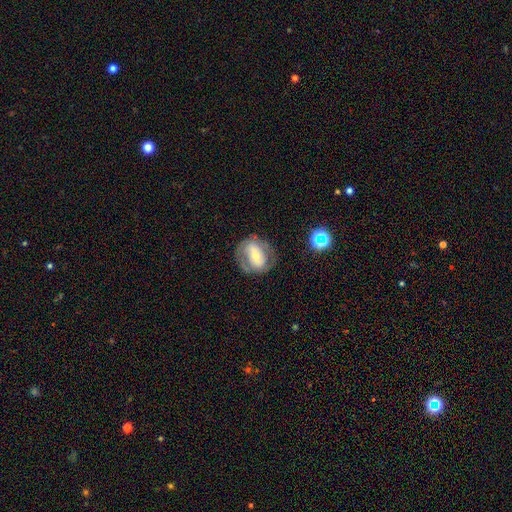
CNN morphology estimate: Q: Smooth or featured?
A: featured or disk (57%); runner-up: smooth (35%)
Q: Edge-on disk?
A: no (94%); runner-up: yes (6%)
Q: Bar?
A: strong (40%); runner-up: weak (31%)
Q: Spiral arms?
A: yes (56%); runner-up: no (44%)
Q: Bulge size?
A: small (48%); runner-up: moderate (42%)
Q: Merging?
A: none (67%); runner-up: minor disturbance (19%)